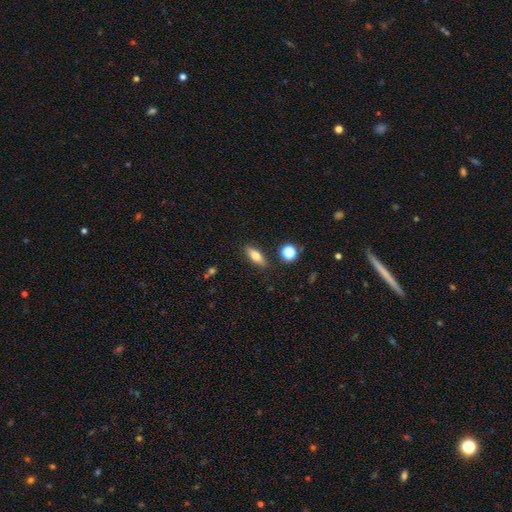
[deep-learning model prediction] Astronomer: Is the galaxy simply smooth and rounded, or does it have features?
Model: smooth — 69%.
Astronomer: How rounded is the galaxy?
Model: in between — 61%.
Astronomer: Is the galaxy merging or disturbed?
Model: none — 86%.